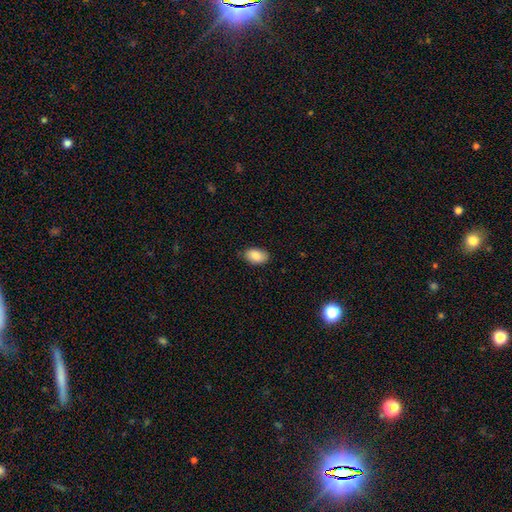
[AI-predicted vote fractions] A smooth galaxy with no disk features (86%) that is in between round and cigar-shaped (92%).

Vote fractions:
- Smooth or featured? smooth: 86% / featured or disk: 7% / star or artifact: 7%
- How rounded? in between: 92% / round: 7% / cigar-shaped: 1%
- Merging? none: 83% / minor disturbance: 14% / major disturbance: 2% / merger: 1%